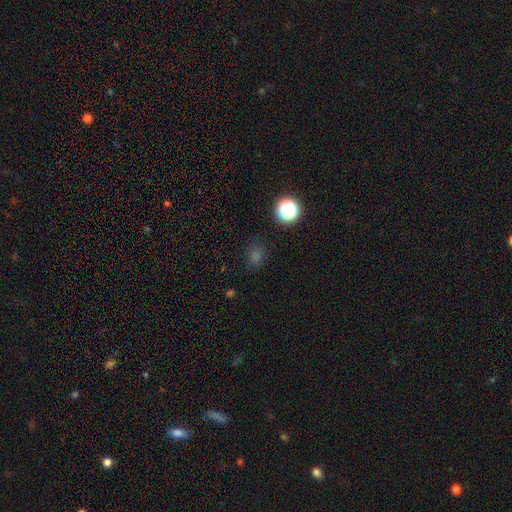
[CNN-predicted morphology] Overall: smooth (65%; star or artifact 30%). How rounded: round (70%). Merging: none (83%).